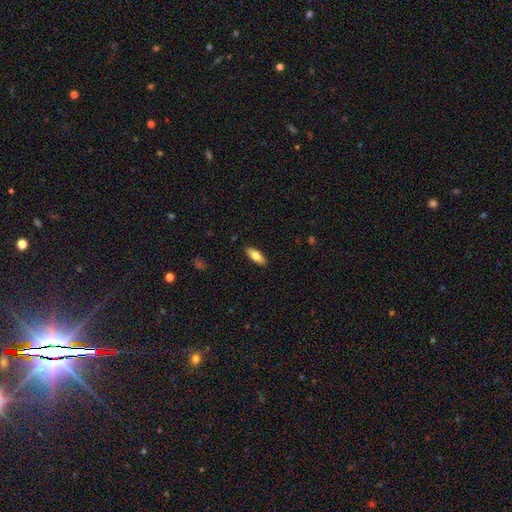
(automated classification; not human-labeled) smooth 73%, featured or disk 21%, star or artifact 6%. Down the decision tree: how rounded — in between (74%); merging — none (89%).